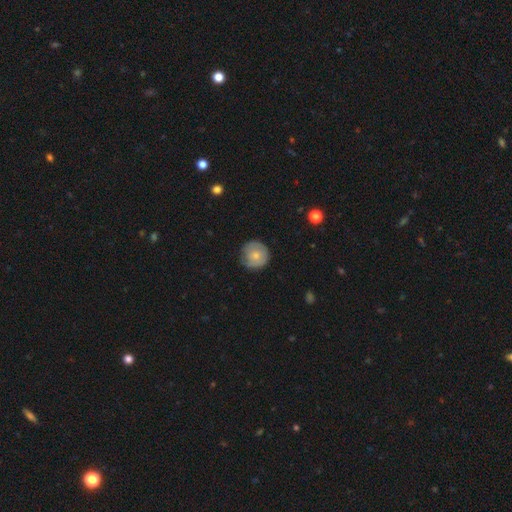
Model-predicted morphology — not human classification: This appears to be a smooth galaxy with no disk features (57%) that is round (93%). Merging: none (76%).